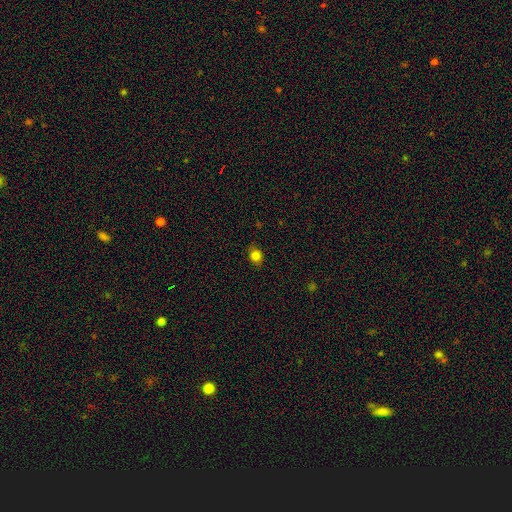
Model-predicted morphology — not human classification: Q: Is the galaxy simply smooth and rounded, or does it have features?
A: smooth — 82%.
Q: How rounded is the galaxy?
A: round — 62%.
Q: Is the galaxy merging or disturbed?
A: none — 82%.